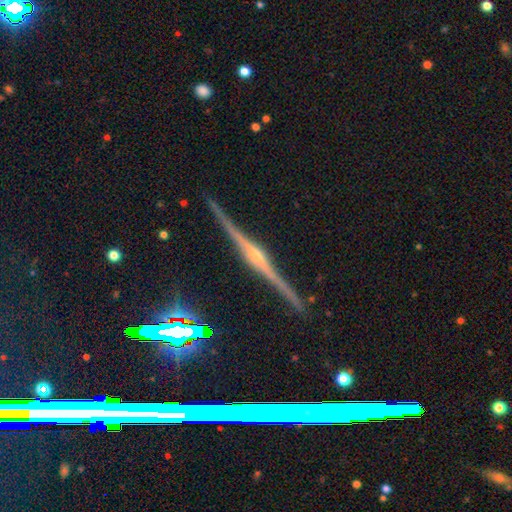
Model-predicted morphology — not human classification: A featured or disk galaxy (88%) viewed edge-on (98%) with a rounded central bulge (77%). Merging: none (90%).